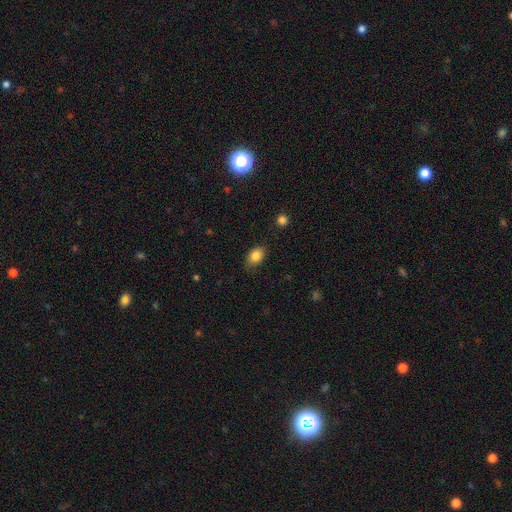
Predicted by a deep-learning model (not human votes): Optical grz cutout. It shows a smooth galaxy with no disk features (85%) that is in between round and cigar-shaped (78%). Merging: none (80%).